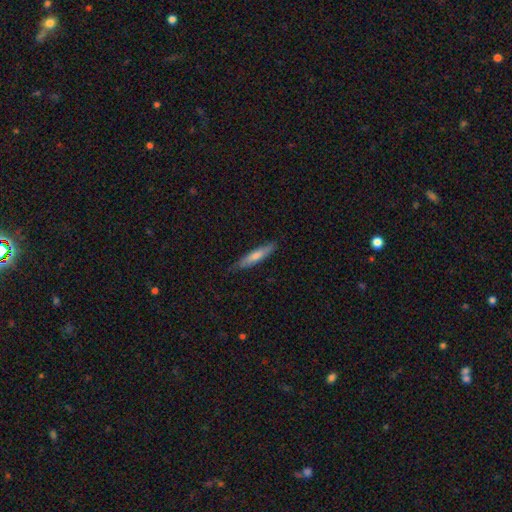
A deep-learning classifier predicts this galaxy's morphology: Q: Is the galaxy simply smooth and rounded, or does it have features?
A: smooth — 47%.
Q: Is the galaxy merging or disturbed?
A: none — 87%.